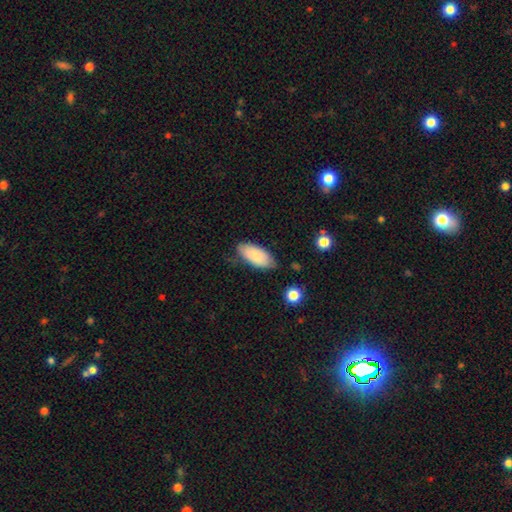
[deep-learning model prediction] The model was most divided on "merging": none: 67%, minor disturbance: 26%, major disturbance: 5%, merger: 3%. More confident: how rounded — in between (90%); smooth or featured — smooth (83%).